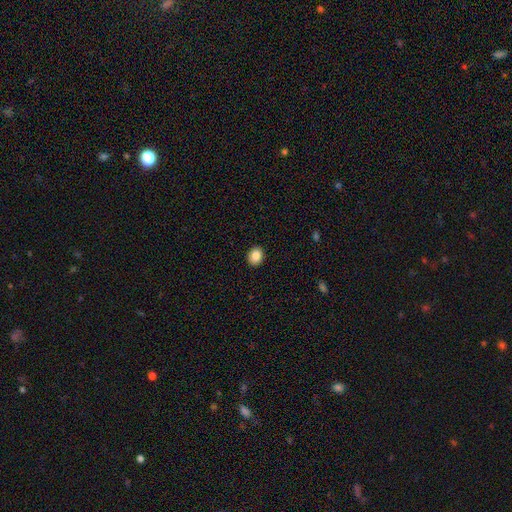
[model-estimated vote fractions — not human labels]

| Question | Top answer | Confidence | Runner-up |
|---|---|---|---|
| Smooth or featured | smooth | 87% | star or artifact (9%) |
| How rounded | round | 56% | in between (43%) |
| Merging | none | 91% | minor disturbance (6%) |